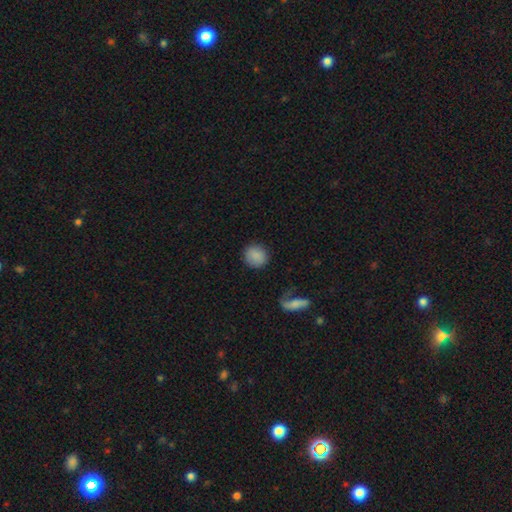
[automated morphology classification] This appears to be a smooth galaxy with no disk features (86%) that is round (89%). Merging: none (87%).